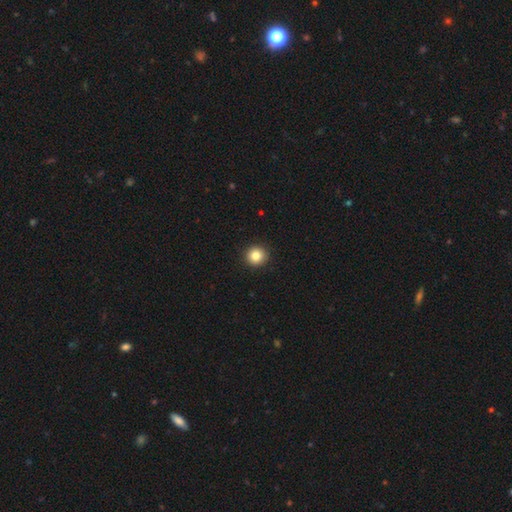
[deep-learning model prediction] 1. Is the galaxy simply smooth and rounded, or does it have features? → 84% smooth, 10% star or artifact, 6% featured or disk.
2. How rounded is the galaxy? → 94% round, 6% in between, 1% cigar-shaped.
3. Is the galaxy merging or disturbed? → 93% none, 5% minor disturbance, 2% major disturbance, 1% merger.